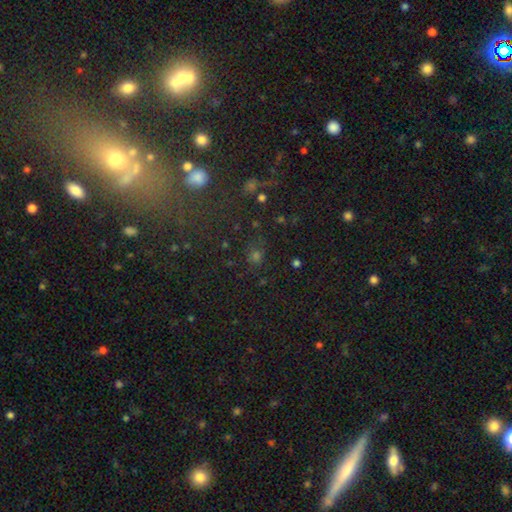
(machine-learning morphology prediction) smooth 50%, star or artifact 41%, featured or disk 9%. Down the decision tree: how rounded — round (75%); merging — none (74%).